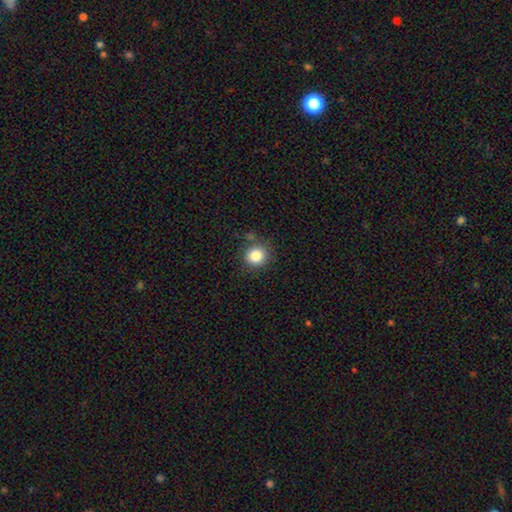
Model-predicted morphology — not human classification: A smooth galaxy with no disk features (83%) that is round (87%).

Vote fractions:
- Smooth or featured? smooth: 83% / star or artifact: 11% / featured or disk: 6%
- How rounded? round: 87% / in between: 12% / cigar-shaped: 1%
- Merging? none: 81% / minor disturbance: 12% / merger: 4% / major disturbance: 3%